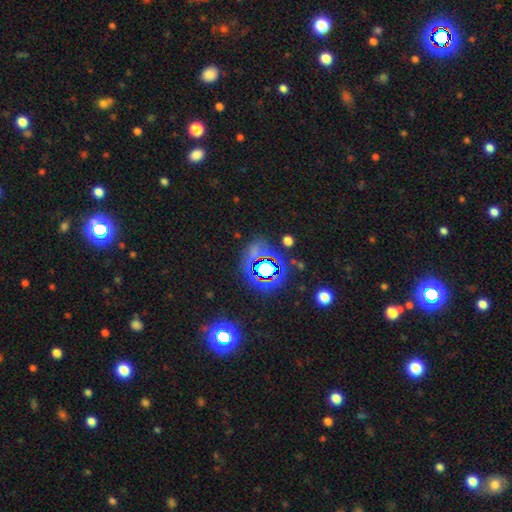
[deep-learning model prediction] Smooth or featured?
  - star or artifact: 70% *
  - smooth: 18%
  - featured or disk: 11%